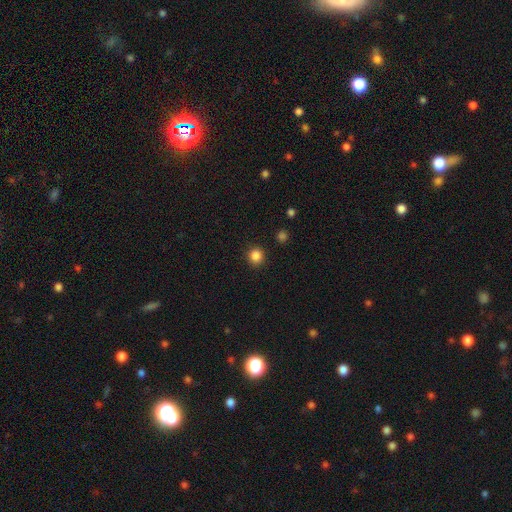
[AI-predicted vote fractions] smooth 85%, star or artifact 12%, featured or disk 3%. Down the decision tree: how rounded — round (93%); merging — none (91%).